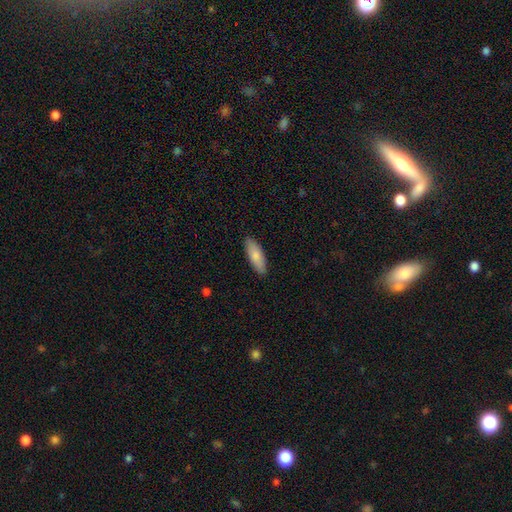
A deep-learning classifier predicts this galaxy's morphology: Overall: smooth (82%). How rounded: in between (64%; cigar-shaped 34%). Merging: none (89%).